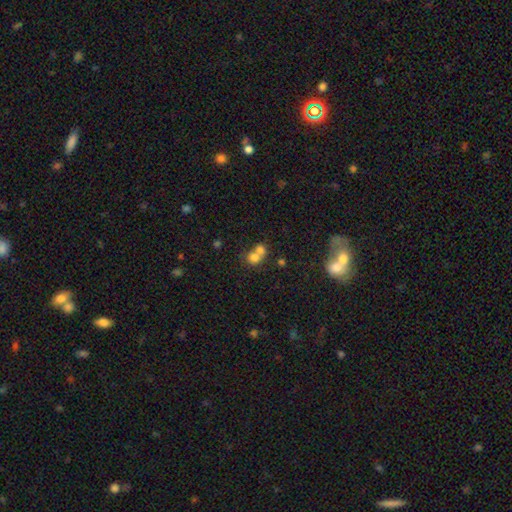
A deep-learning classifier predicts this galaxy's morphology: smooth_or_featured: smooth (p=0.72) [alt: featured or disk p=0.15]
how_rounded: round (p=0.74) [alt: in between p=0.25]
merging: merger (p=0.63) [alt: none p=0.28]